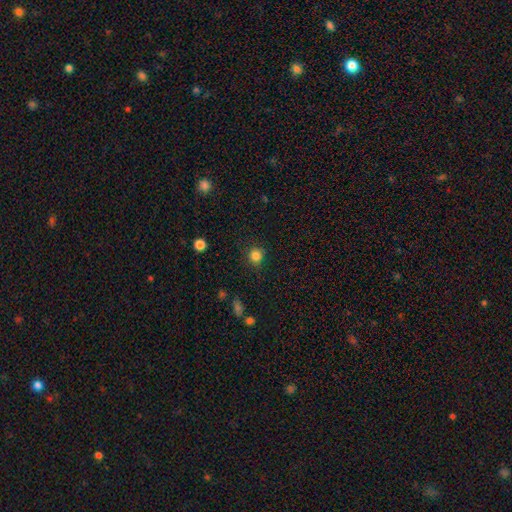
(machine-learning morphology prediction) smooth-or-featured: smooth: 83% | star or artifact: 13% | featured or disk: 4%
  how-rounded: round: 91% | in between: 8% | cigar-shaped: 1%
  merging: none: 86% | minor disturbance: 10% | major disturbance: 3% | merger: 1%